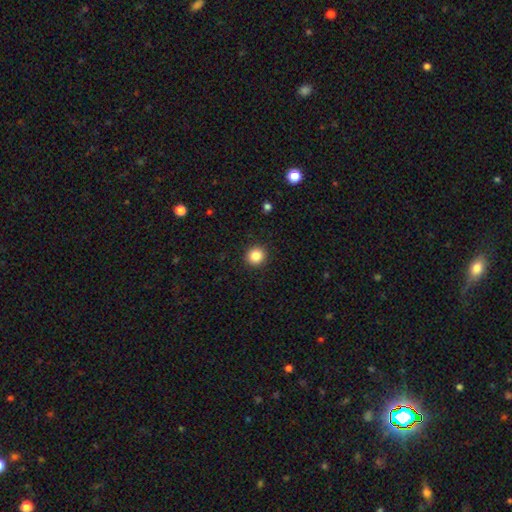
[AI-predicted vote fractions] Smooth or featured? Predicted: smooth (p=0.86). How rounded? Predicted: round (p=0.93). Merging? Predicted: none (p=0.92).